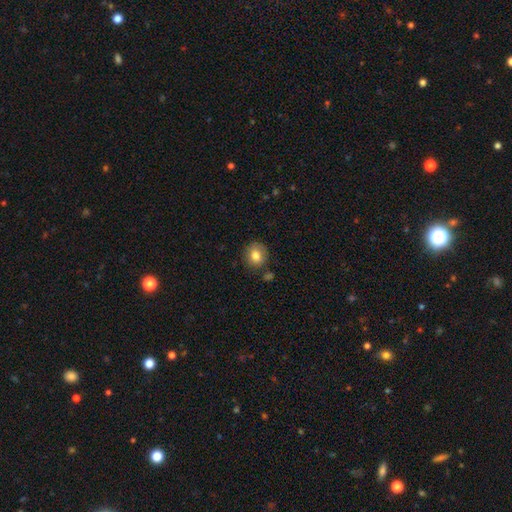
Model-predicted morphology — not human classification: Smooth or featured?
  - smooth: 81% *
  - featured or disk: 10%
  - star or artifact: 9%
How rounded?
  - round: 78% *
  - in between: 21%
  - cigar-shaped: 1%
Merging?
  - none: 80% *
  - minor disturbance: 12%
  - merger: 4%
  - major disturbance: 3%